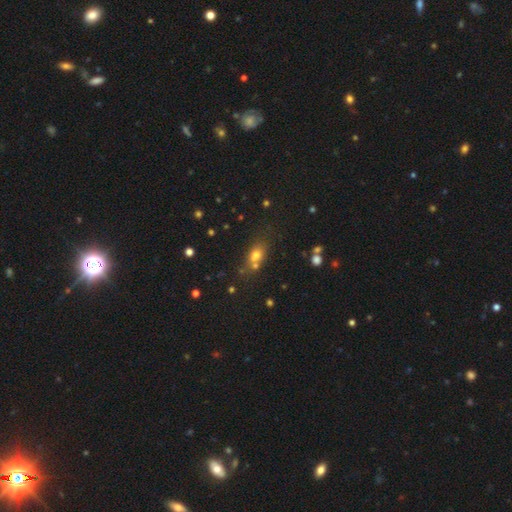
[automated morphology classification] Q: Smooth or featured?
A: smooth (67%); runner-up: star or artifact (19%)
Q: How rounded?
A: in between (58%); runner-up: round (36%)
Q: Merging?
A: none (54%); runner-up: merger (26%)